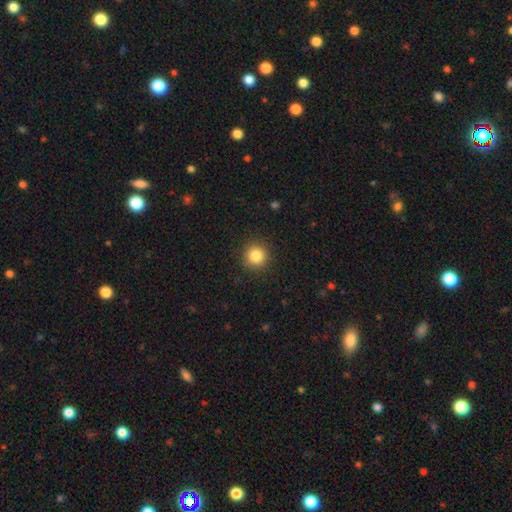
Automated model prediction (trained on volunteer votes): smooth-or-featured: smooth: 84% | star or artifact: 10% | featured or disk: 5%
  how-rounded: round: 94% | in between: 5% | cigar-shaped: 1%
  merging: none: 91% | minor disturbance: 6% | major disturbance: 2% | merger: 1%